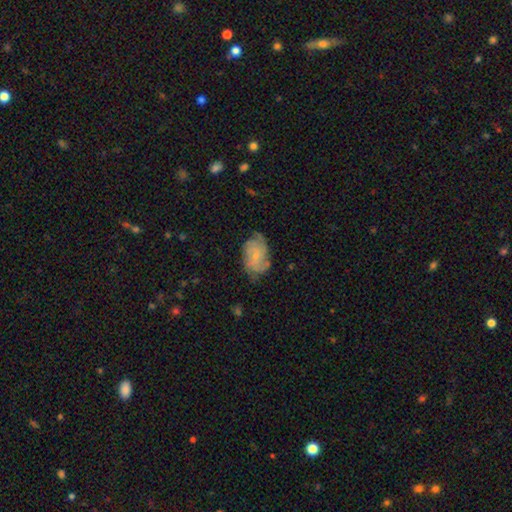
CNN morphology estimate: Overall: featured or disk (64%; smooth 29%). Edge-on disk: no (97%). Bar: no (74%). Spiral arms: yes (87%). Spiral arm count: can't tell (38%; 3 20%). Spiral winding: tight (49%; medium 36%). Bulge size: small (75%). Merging: none (65%; minor disturbance 25%).